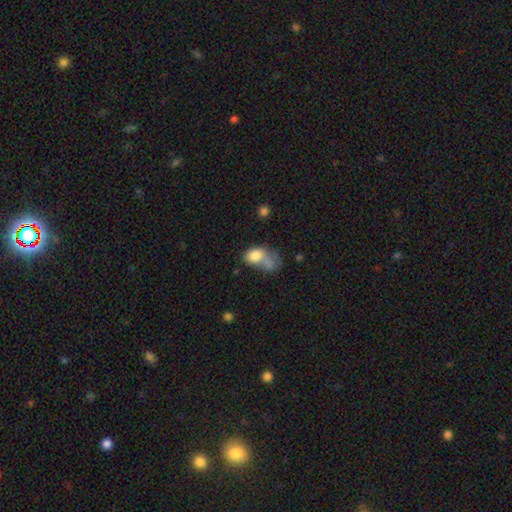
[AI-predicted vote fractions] A smooth galaxy with no disk features (74%) that is in between round and cigar-shaped (74%). Merging: major disturbance (33%, tied with merger).